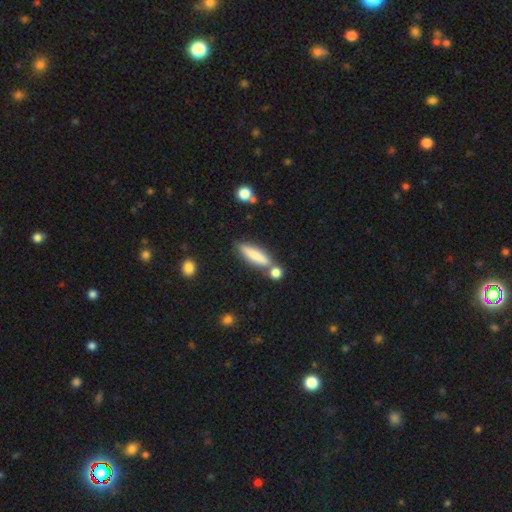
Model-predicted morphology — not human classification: smooth 76%, featured or disk 17%, star or artifact 7%. Down the decision tree: how rounded — cigar-shaped (74%); merging — none (64%).